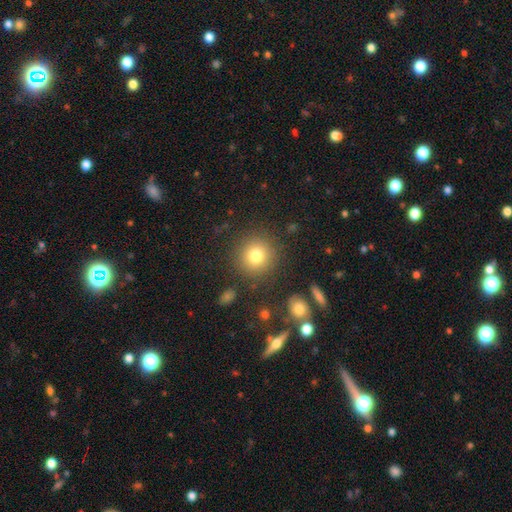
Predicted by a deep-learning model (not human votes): A smooth galaxy with no disk features (78%) that is round (92%). Merging: none (86%).